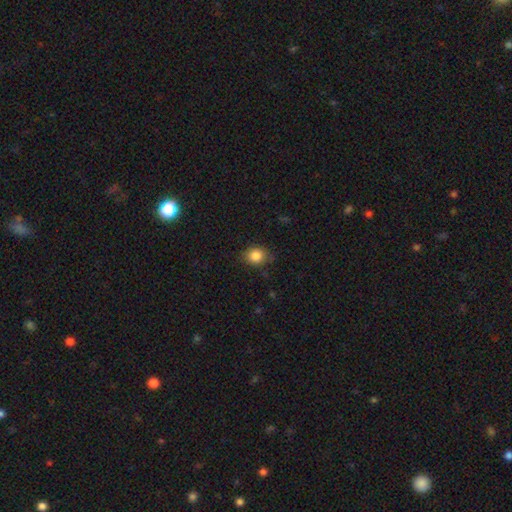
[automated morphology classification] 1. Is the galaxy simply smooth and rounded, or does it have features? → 85% smooth, 10% star or artifact, 6% featured or disk.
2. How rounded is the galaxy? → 58% round, 41% in between, 1% cigar-shaped.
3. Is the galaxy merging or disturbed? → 79% none, 17% minor disturbance, 3% major disturbance, 1% merger.